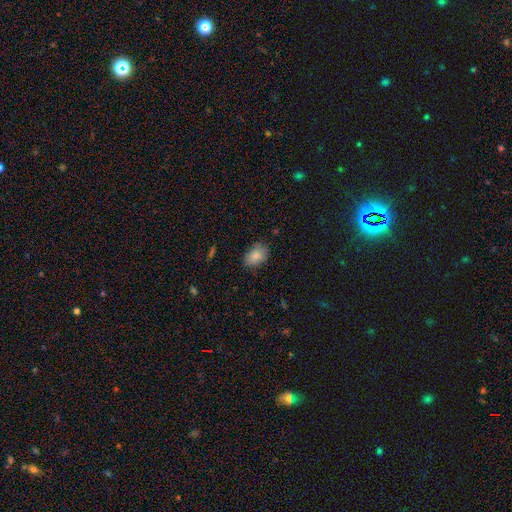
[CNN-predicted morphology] smooth 84%, star or artifact 8%, featured or disk 8%. Down the decision tree: how rounded — in between (83%); merging — none (79%).